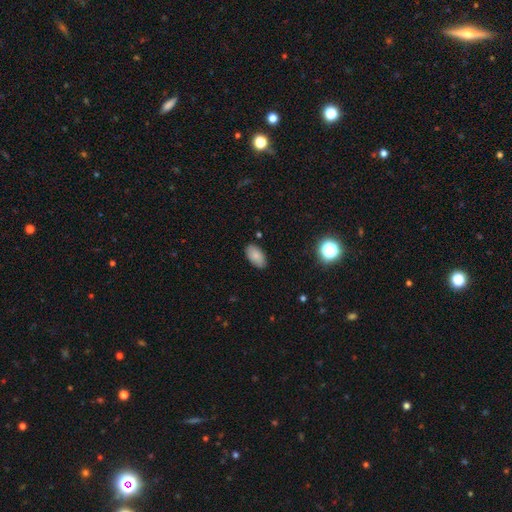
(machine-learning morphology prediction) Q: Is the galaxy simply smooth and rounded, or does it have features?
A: smooth — 84%.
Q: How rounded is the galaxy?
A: in between — 94%.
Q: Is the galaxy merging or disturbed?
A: none — 84%.